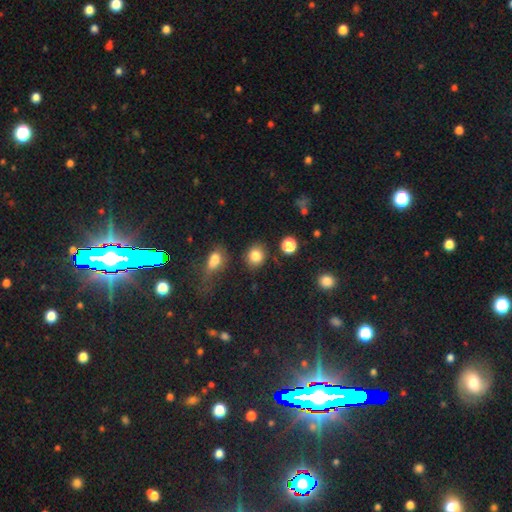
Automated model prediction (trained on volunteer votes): Overall: smooth (84%). How rounded: round (70%). Merging: none (80%).